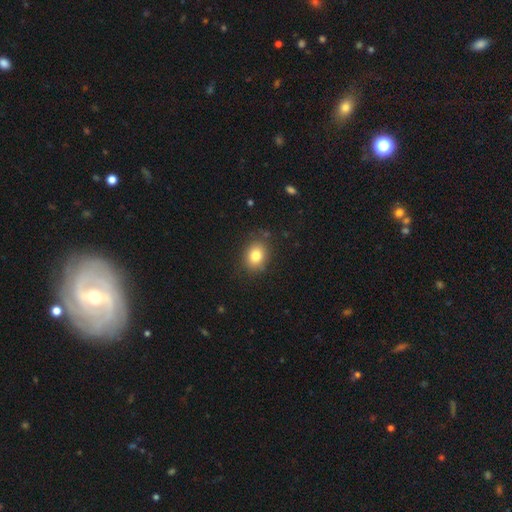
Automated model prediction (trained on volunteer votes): Overall: smooth (81%). How rounded: in between (56%; round 43%). Merging: none (84%).